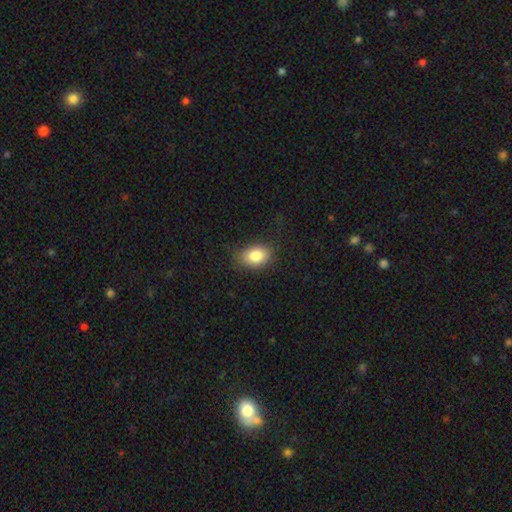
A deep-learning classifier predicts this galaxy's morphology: Q: Smooth or featured?
A: smooth (83%); runner-up: star or artifact (8%)
Q: How rounded?
A: in between (81%); runner-up: round (18%)
Q: Merging?
A: none (79%); runner-up: minor disturbance (15%)